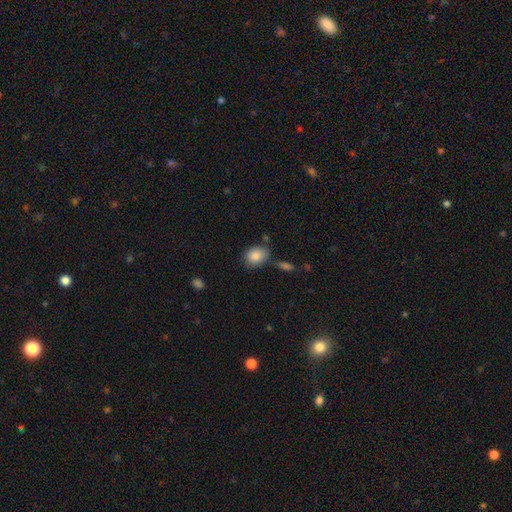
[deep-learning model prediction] smooth-or-featured: smooth: 85% | star or artifact: 8% | featured or disk: 7%
  how-rounded: in between: 57% | round: 42% | cigar-shaped: 1%
  merging: none: 69% | minor disturbance: 18% | merger: 8% | major disturbance: 5%